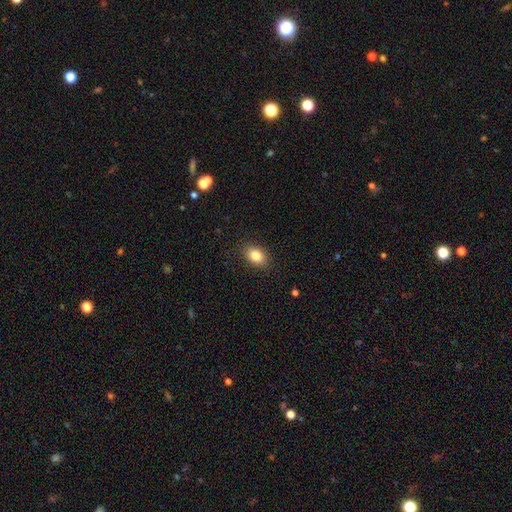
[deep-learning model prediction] Smooth or featured? Predicted: smooth (p=0.84). How rounded? Predicted: in between (p=0.79). Merging? Predicted: none (p=0.88).